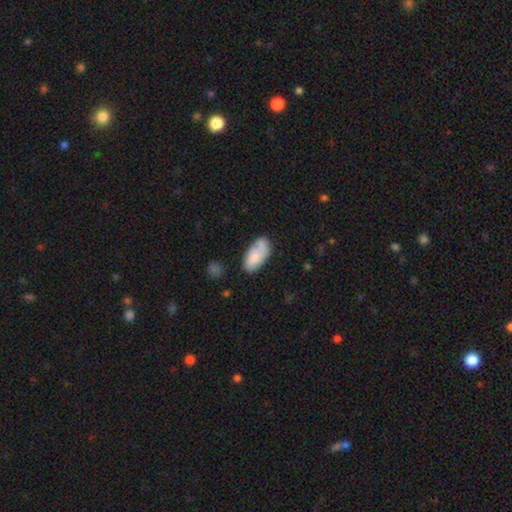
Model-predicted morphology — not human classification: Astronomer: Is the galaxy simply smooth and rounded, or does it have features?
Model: smooth — 79%.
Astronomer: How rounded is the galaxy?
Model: in between — 92%.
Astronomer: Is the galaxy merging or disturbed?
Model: none — 58%.